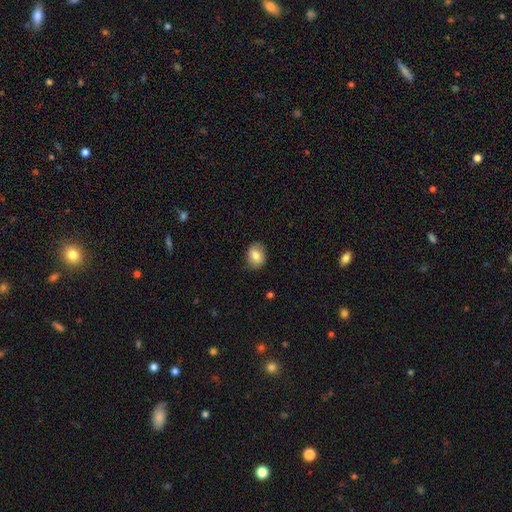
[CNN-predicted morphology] Overall: smooth (80%). How rounded: in between (60%; round 39%). Merging: none (82%).